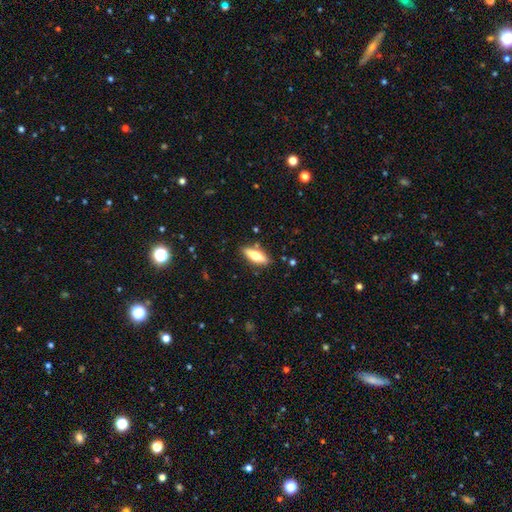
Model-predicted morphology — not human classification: Smooth or featured? smooth (64%)
How rounded? in between (57%)
Merging? none (85%)